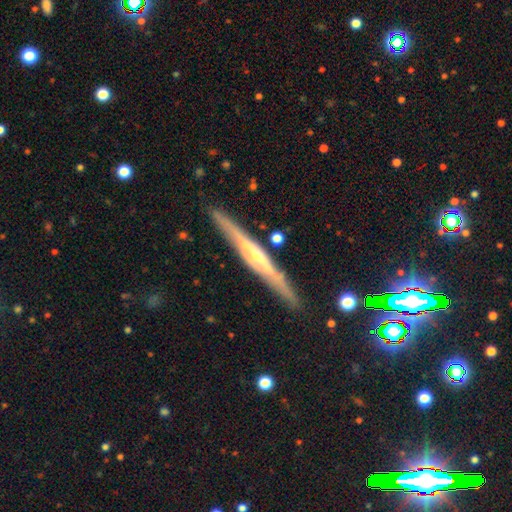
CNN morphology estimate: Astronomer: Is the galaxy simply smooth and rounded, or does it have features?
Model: featured or disk — 79%.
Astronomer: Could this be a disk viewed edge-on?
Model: yes — 97%.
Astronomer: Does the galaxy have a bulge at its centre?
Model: rounded — 69%.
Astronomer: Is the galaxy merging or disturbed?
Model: none — 88%.